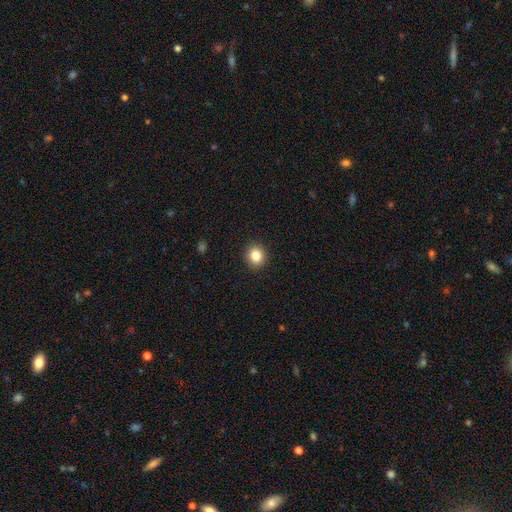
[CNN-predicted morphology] Overall: smooth (84%). How rounded: round (85%). Merging: none (92%).